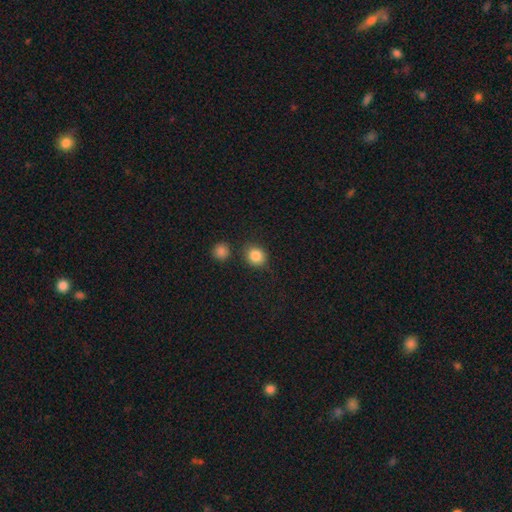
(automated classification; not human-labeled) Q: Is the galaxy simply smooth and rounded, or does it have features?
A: smooth — 84%.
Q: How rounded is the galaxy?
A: round — 77%.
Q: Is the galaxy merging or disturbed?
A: none — 79%.